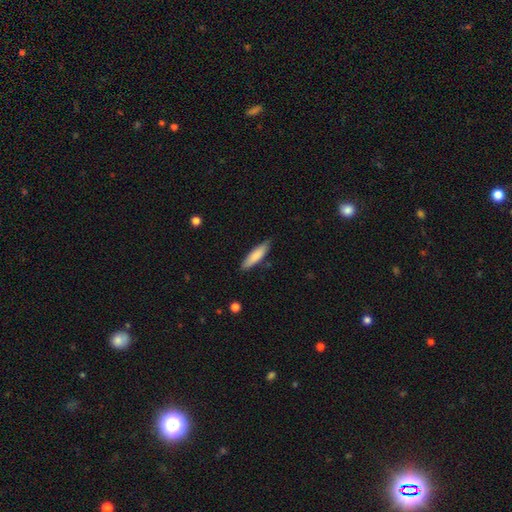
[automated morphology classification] smooth_or_featured: smooth (p=0.81) [alt: featured or disk p=0.13]
how_rounded: cigar-shaped (p=0.72) [alt: in between p=0.27]
merging: none (p=0.84) [alt: minor disturbance p=0.13]